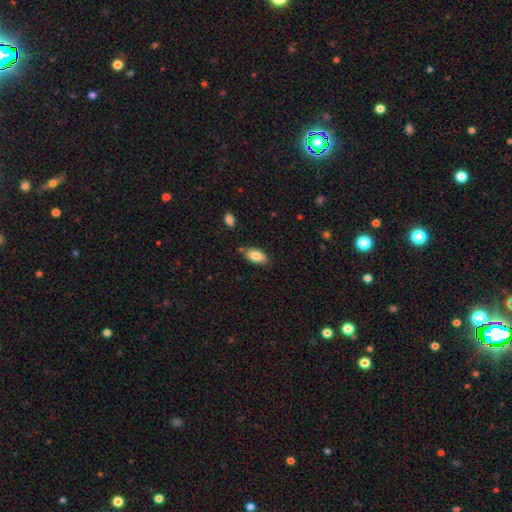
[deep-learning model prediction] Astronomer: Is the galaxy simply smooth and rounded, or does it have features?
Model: smooth — 83%.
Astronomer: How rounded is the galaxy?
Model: in between — 93%.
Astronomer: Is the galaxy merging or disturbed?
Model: none — 78%.